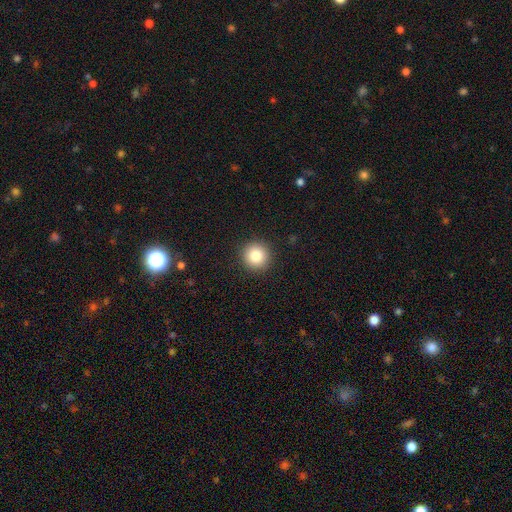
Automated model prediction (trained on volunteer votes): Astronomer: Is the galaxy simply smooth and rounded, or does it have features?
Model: smooth — 83%.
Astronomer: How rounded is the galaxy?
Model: round — 95%.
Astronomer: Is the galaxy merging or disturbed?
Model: none — 92%.